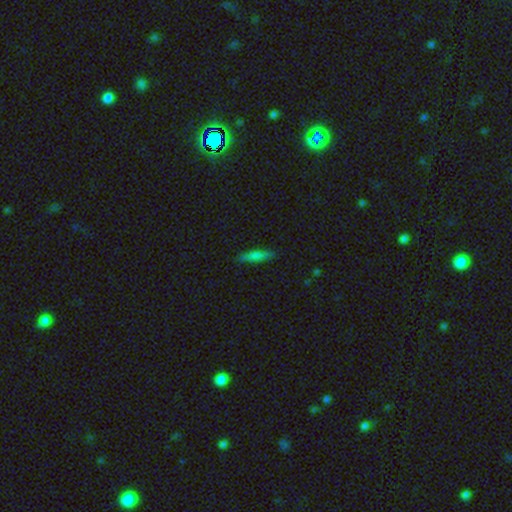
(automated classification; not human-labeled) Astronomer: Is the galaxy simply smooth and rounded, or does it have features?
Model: smooth — 72%.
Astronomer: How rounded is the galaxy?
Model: cigar-shaped — 79%.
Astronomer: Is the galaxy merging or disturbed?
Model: none — 85%.